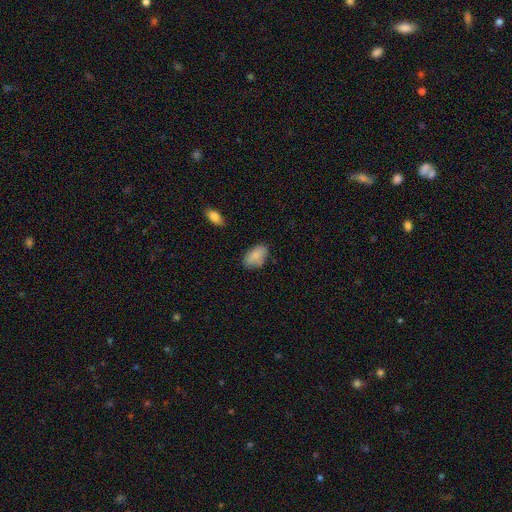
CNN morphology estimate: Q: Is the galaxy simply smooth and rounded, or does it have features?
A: smooth — 85%.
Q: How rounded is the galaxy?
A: in between — 93%.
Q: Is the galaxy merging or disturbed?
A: none — 72%.